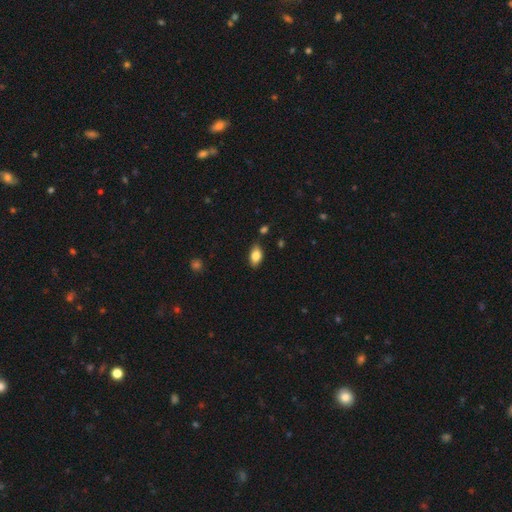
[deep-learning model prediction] This is clearly a smooth galaxy (83%). How rounded: clearly in between (90%). Merging: clearly none (80%).